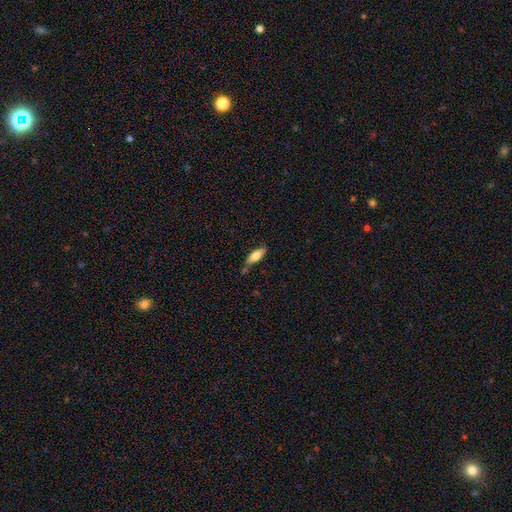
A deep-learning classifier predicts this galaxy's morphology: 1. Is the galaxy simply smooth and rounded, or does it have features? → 71% smooth, 22% featured or disk, 6% star or artifact.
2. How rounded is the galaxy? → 58% in between, 40% cigar-shaped, 2% round.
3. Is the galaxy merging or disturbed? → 69% none, 20% minor disturbance, 7% merger, 4% major disturbance.